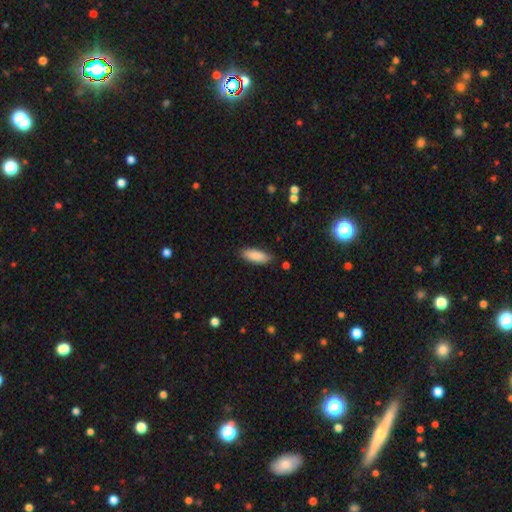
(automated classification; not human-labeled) This is clearly a smooth galaxy (88%). How rounded: likely in between (72%). Merging: clearly none (81%).